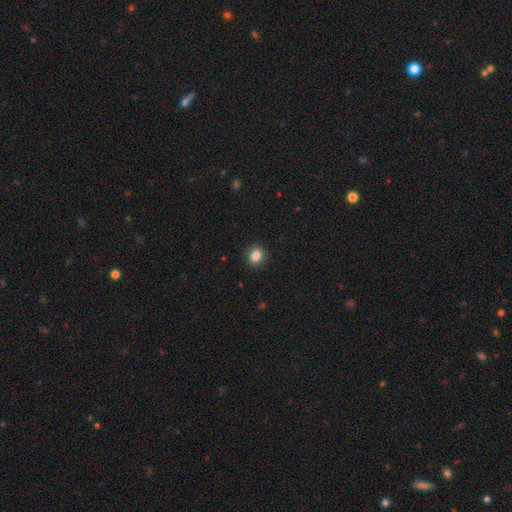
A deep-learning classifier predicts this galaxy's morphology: Smooth or featured?
  - smooth: 85% *
  - star or artifact: 10%
  - featured or disk: 5%
How rounded?
  - round: 75% *
  - in between: 24%
  - cigar-shaped: 1%
Merging?
  - none: 91% *
  - minor disturbance: 6%
  - major disturbance: 2%
  - merger: 1%